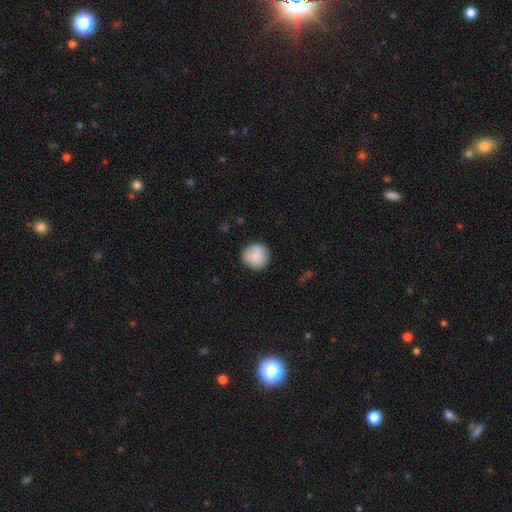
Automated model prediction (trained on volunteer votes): Morphology: type=smooth (87%); roundness=round (95%); merging=none (88%).